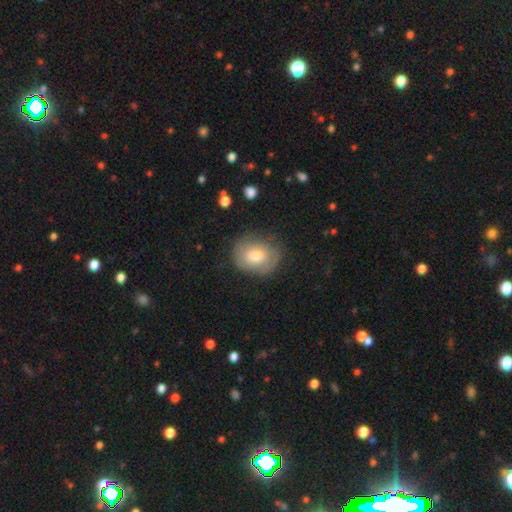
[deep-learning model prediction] Smooth or featured? smooth (66%)
How rounded? round (54%)
Merging? none (72%)